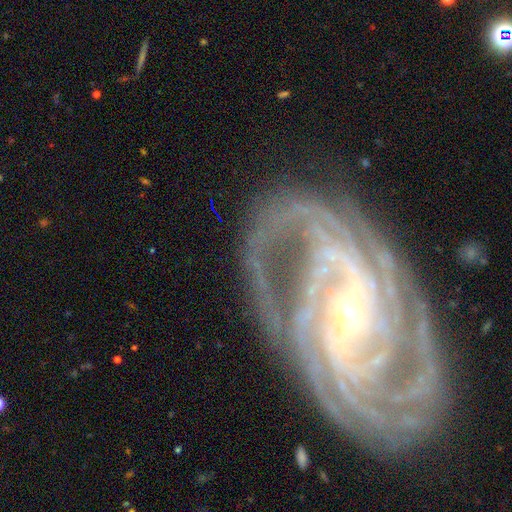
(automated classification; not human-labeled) This is clearly a featured or disk galaxy (92%). It is clearly not viewed edge-on (97%). Bar: marginally strong (38%). Spiral arm pattern: clearly yes (98%). Spiral arm count: marginally 4 (26%). Spiral winding: likely tight (67%). Central bulge: possibly small (60%). Merging: likely none (77%).